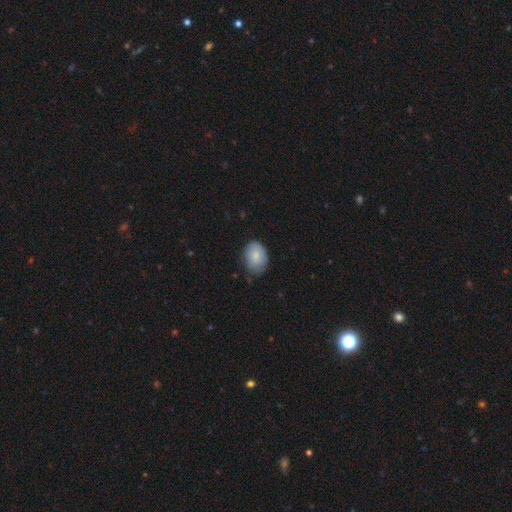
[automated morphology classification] Smooth or featured?
  - smooth: 80% *
  - featured or disk: 13%
  - star or artifact: 7%
How rounded?
  - in between: 71% *
  - round: 28%
  - cigar-shaped: 1%
Merging?
  - none: 67% *
  - minor disturbance: 27%
  - major disturbance: 4%
  - merger: 1%